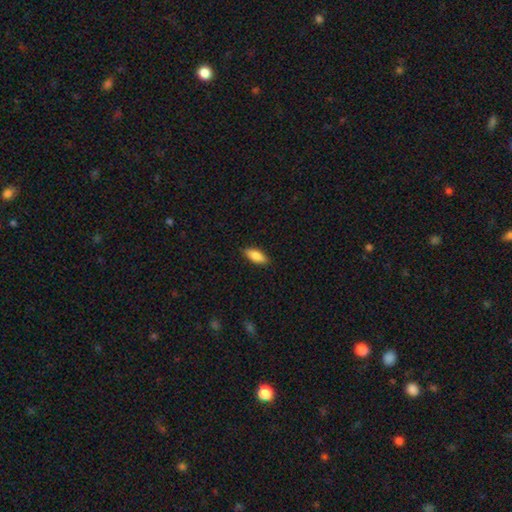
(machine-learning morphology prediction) Q: Smooth or featured?
A: smooth (85%); runner-up: featured or disk (9%)
Q: How rounded?
A: in between (76%); runner-up: cigar-shaped (22%)
Q: Merging?
A: none (88%); runner-up: minor disturbance (9%)